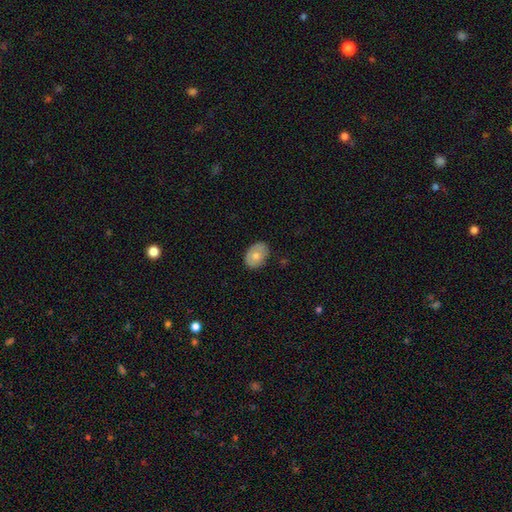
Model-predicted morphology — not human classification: smooth-or-featured: smooth: 72% | featured or disk: 21% | star or artifact: 7%
  how-rounded: in between: 79% | round: 20% | cigar-shaped: 1%
  merging: none: 75% | minor disturbance: 20% | major disturbance: 3% | merger: 1%